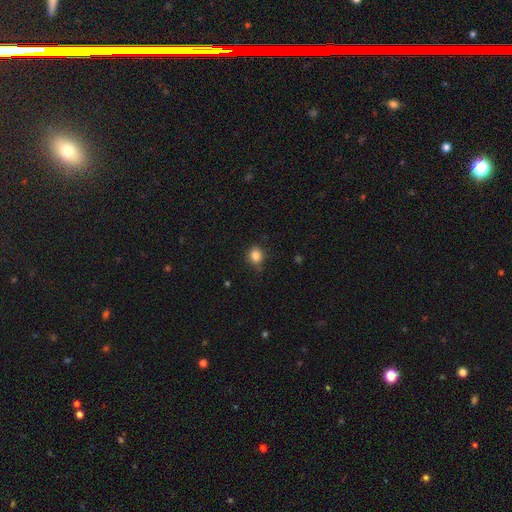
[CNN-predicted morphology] Overall: smooth (84%). How rounded: round (71%). Merging: none (79%).